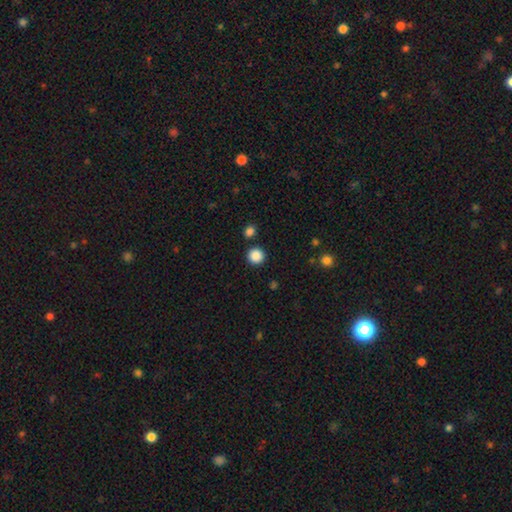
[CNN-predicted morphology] Smooth or featured? Predicted: smooth (p=0.88). How rounded? Predicted: round (p=0.93). Merging? Predicted: none (p=0.87).